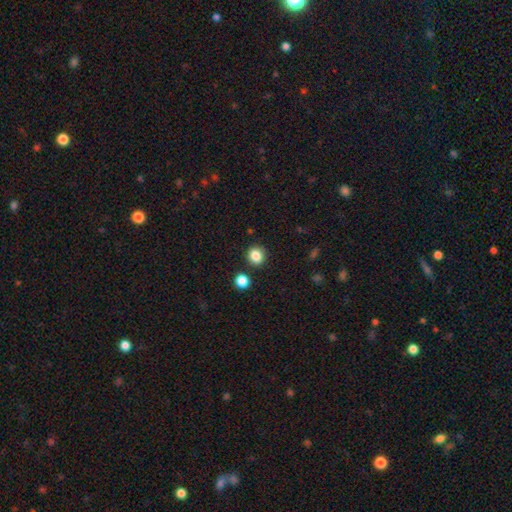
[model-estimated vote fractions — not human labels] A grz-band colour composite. It shows a smooth galaxy with no disk features (84%) that is round (82%). Merging: none (87%).